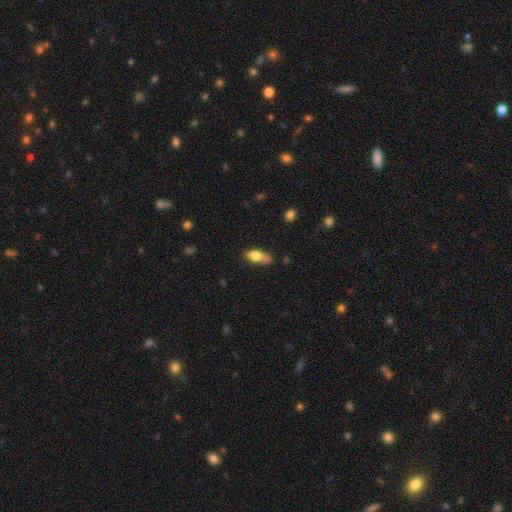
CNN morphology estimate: Smooth or featured?
  - smooth: 72% *
  - featured or disk: 21%
  - star or artifact: 8%
How rounded?
  - in between: 78% *
  - cigar-shaped: 15%
  - round: 7%
Merging?
  - none: 45% *
  - minor disturbance: 32%
  - major disturbance: 13%
  - merger: 10%